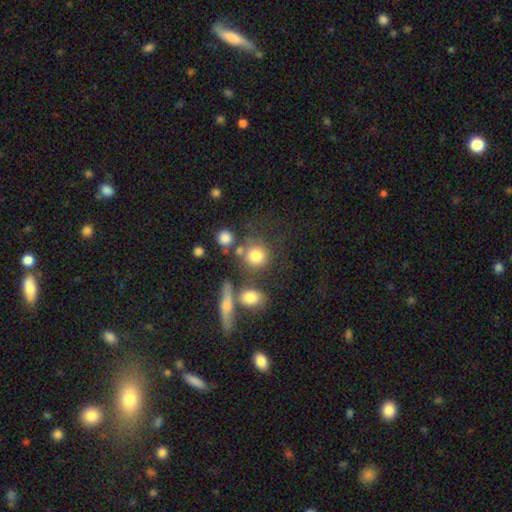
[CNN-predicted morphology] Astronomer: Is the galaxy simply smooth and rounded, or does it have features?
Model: smooth — 77%.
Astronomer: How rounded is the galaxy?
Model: round — 84%.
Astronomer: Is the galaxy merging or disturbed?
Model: none — 57%.